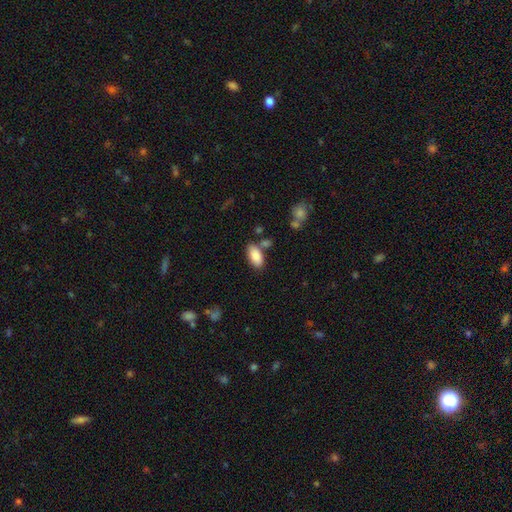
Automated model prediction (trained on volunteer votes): Smooth or featured? Predicted: smooth (p=0.87). How rounded? Predicted: in between (p=0.93). Merging? Predicted: none (p=0.72).